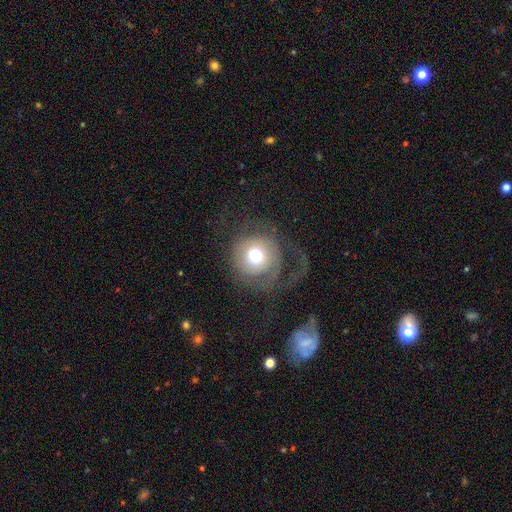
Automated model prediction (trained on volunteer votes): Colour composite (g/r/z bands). It shows a featured or disk galaxy (45%, tied with smooth). Merging: none (47%).